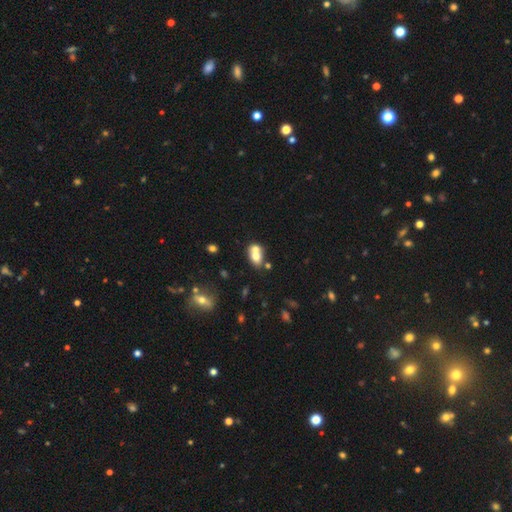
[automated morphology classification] Smooth or featured: smooth — 67% (featured or disk — 23%)
How rounded: in between — 66% (round — 32%)
Merging: merger — 62% (none — 27%)